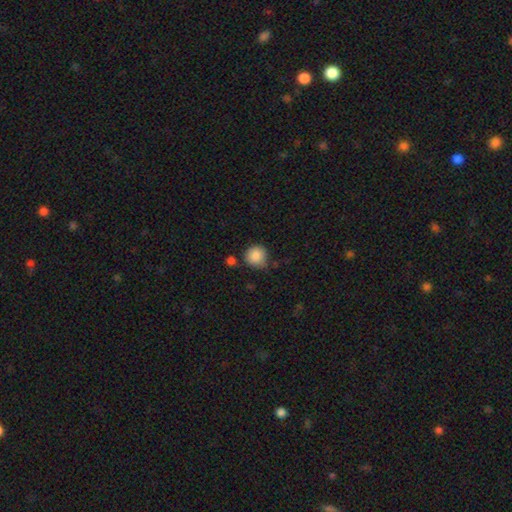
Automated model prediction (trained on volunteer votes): The model was most divided on "merging": none: 74%, minor disturbance: 17%, merger: 5%, major disturbance: 4%. More confident: how rounded — round (92%); smooth or featured — smooth (87%).